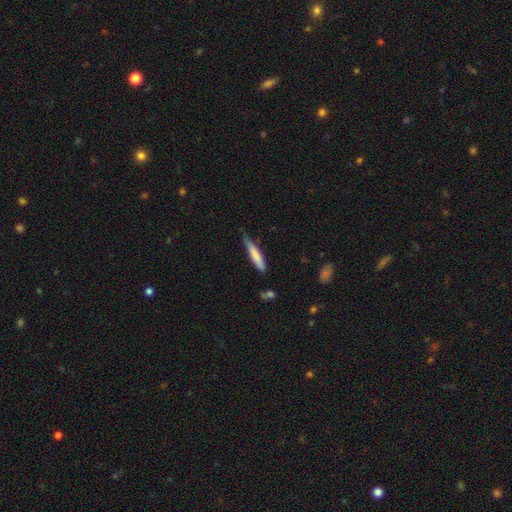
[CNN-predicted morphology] Smooth or featured? smooth (77%)
How rounded? cigar-shaped (89%)
Merging? none (61%)